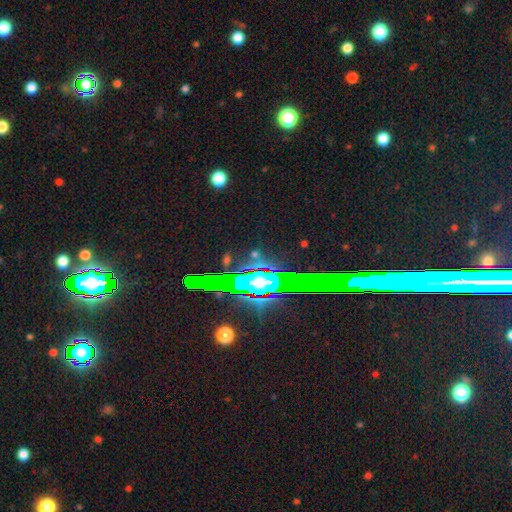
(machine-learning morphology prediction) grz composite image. It shows a star or artifact, not a galaxy (62%).